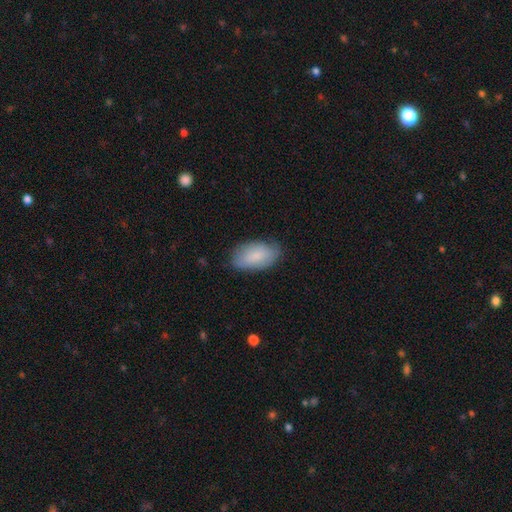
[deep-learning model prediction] Smooth or featured?
  - smooth: 83% *
  - featured or disk: 11%
  - star or artifact: 6%
How rounded?
  - in between: 94% *
  - round: 3%
  - cigar-shaped: 3%
Merging?
  - none: 78% *
  - minor disturbance: 18%
  - major disturbance: 3%
  - merger: 1%